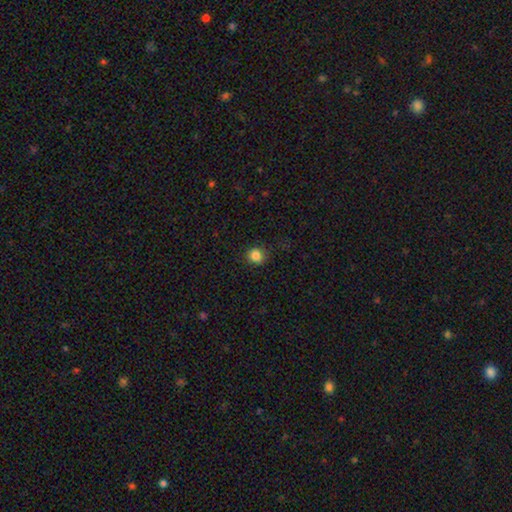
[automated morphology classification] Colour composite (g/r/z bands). It shows a smooth galaxy with no disk features (84%) that is round (87%). Merging: none (87%).